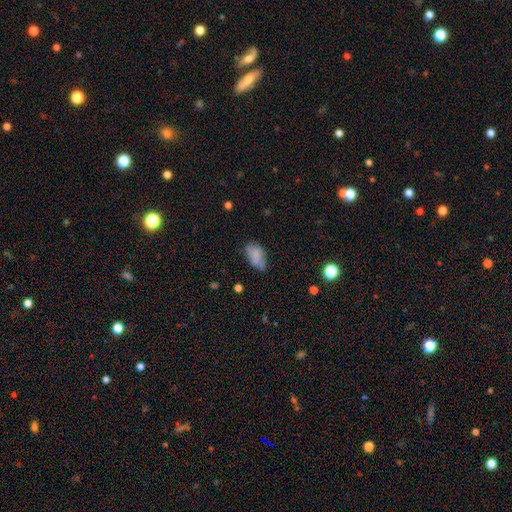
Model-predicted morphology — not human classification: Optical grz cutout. It shows a smooth galaxy with no disk features (71%) that is in between round and cigar-shaped (90%). Merging: none (48%).